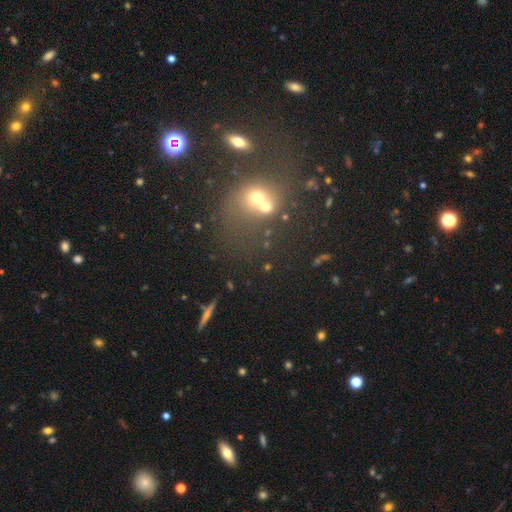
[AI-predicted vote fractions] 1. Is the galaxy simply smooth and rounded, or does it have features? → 42% star or artifact, 41% smooth, 17% featured or disk.